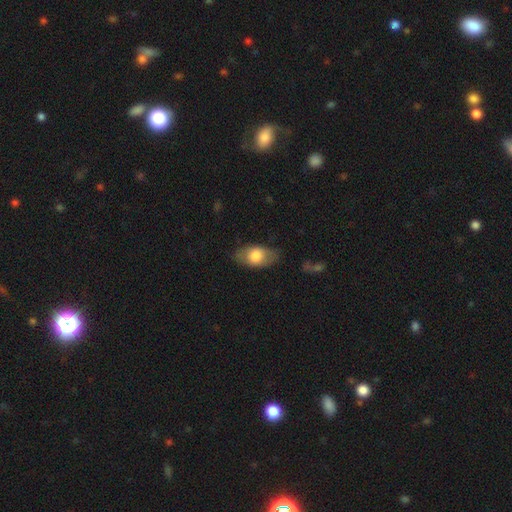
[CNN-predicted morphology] Smooth or featured: smooth — 71% (featured or disk — 23%)
How rounded: in between — 89% (round — 8%)
Merging: none — 76% (minor disturbance — 17%)